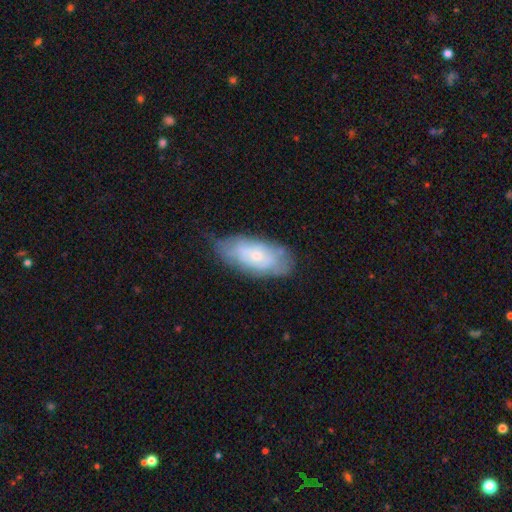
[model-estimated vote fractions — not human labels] Q: Smooth or featured?
A: featured or disk (50%); runner-up: smooth (43%)
Q: Merging?
A: none (62%); runner-up: minor disturbance (28%)